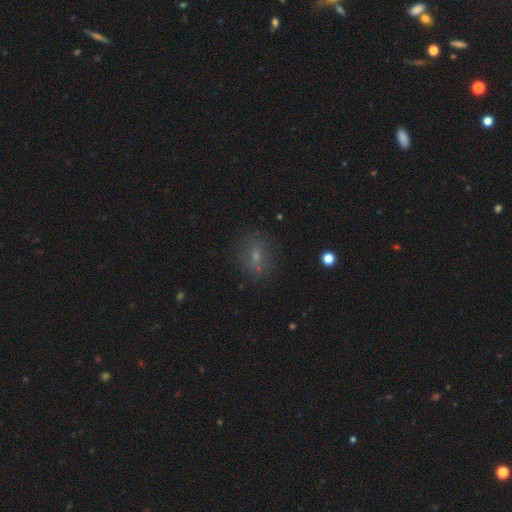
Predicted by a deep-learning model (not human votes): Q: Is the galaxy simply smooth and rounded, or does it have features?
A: smooth — 60%.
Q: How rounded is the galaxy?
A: in between — 57%.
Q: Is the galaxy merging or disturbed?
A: none — 75%.